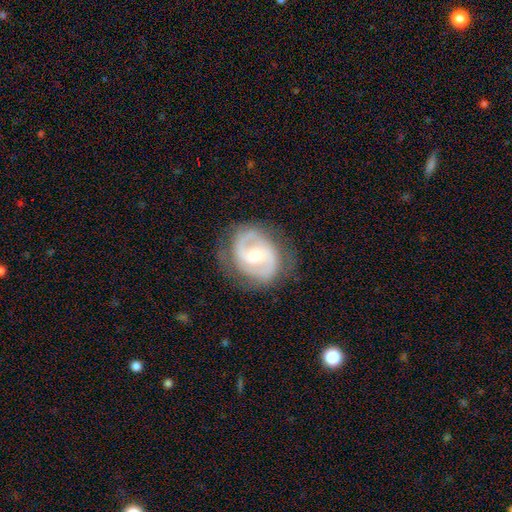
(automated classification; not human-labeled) This appears to be a featured or disk galaxy (85%) with a weak bar (49%), 2 (87%) medium (49%) spiral arms (94%) and a moderate central bulge (52%). Merging: none (76%).